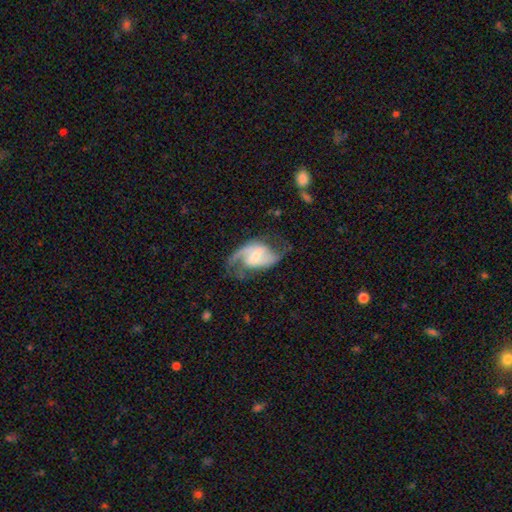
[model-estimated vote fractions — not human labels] This is clearly a featured or disk galaxy (87%). It is clearly not viewed edge-on (97%). Bar: possibly weak (49%). Spiral arm pattern: clearly yes (96%). Spiral arm count: clearly 2 (90%). Spiral winding: possibly loose (46%). Central bulge: possibly small (48%). Merging: likely none (66%).